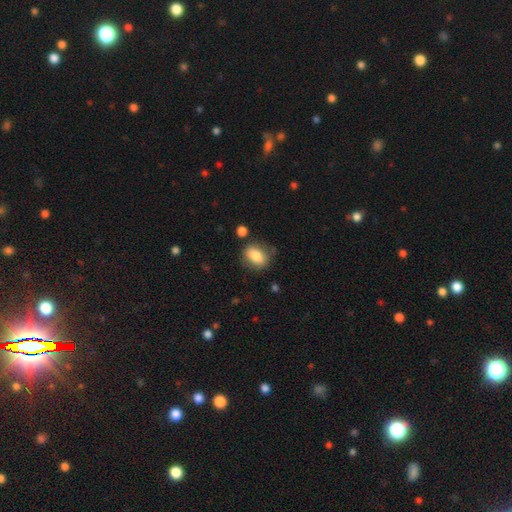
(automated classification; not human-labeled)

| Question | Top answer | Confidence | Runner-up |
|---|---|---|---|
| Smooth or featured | smooth | 80% | featured or disk (12%) |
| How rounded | in between | 70% | round (28%) |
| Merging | none | 76% | minor disturbance (16%) |